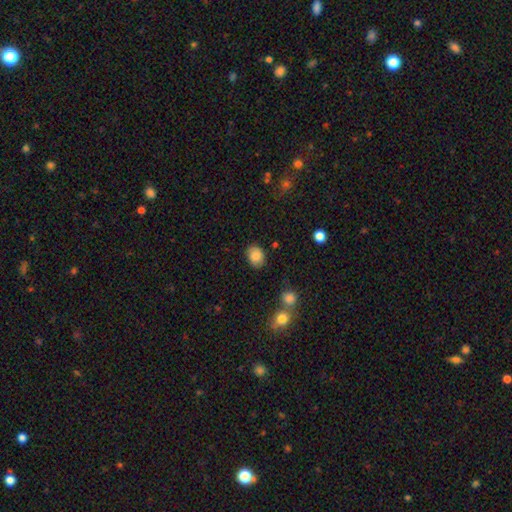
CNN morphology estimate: smooth 85%, star or artifact 9%, featured or disk 6%. Down the decision tree: how rounded — in between (56%); merging — none (82%).